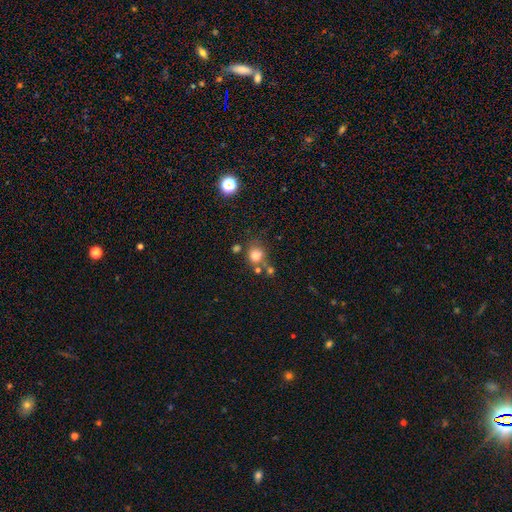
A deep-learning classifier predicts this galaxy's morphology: Smooth or featured? Predicted: smooth (p=0.77). How rounded? Predicted: round (p=0.80). Merging? Predicted: none (p=0.60).